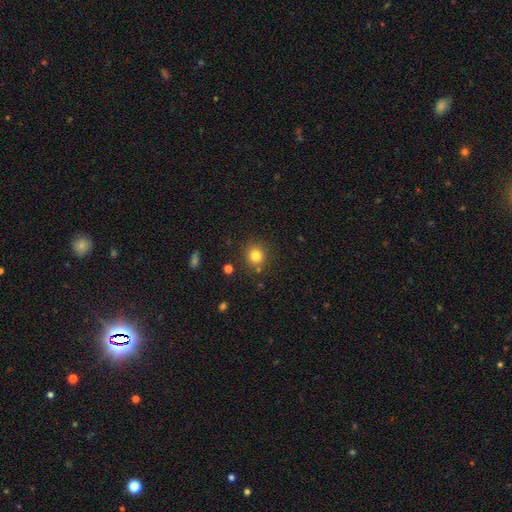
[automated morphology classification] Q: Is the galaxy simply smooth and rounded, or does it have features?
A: smooth — 81%.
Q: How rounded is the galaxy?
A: round — 86%.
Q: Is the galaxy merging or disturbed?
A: none — 85%.